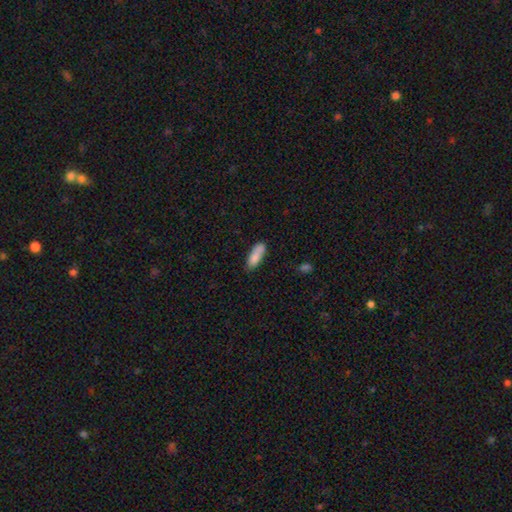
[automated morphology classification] This appears to be a smooth galaxy with no disk features (83%) that is in between round and cigar-shaped (65%). Merging: none (66%).